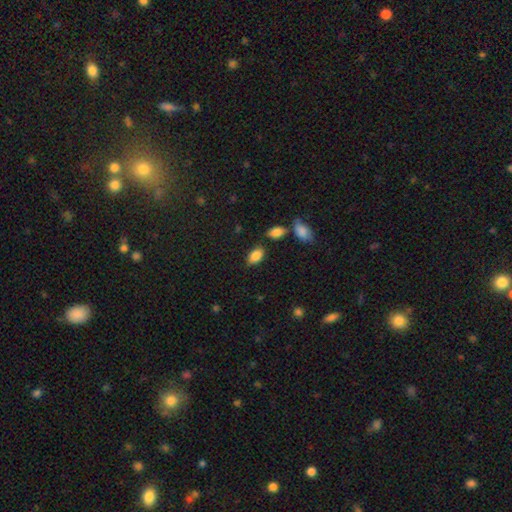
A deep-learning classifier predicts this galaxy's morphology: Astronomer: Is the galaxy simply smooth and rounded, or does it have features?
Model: smooth — 86%.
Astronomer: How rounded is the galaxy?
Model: in between — 92%.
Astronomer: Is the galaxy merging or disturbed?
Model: none — 79%.